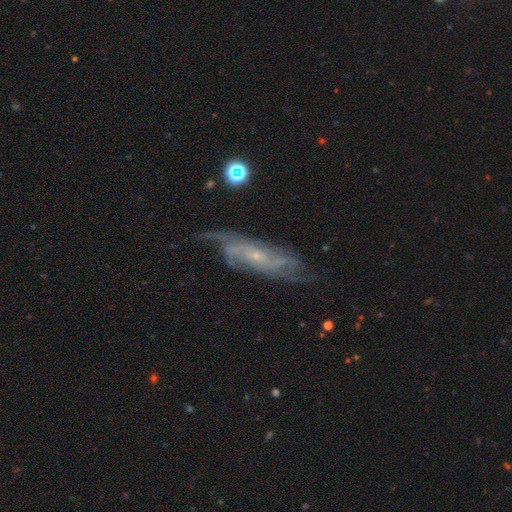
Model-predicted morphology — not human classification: This appears to be a featured or disk galaxy (83%) with no bar (63%), tight (42%, tied with medium) spiral arms (94%) and a small central bulge (78%). Merging: none (68%).